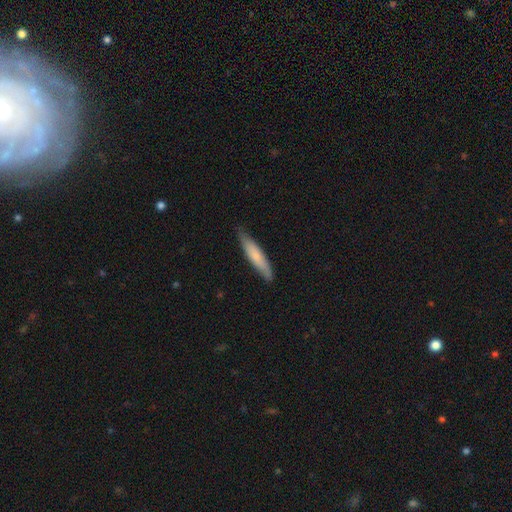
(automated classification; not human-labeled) smooth 72%, featured or disk 23%, star or artifact 5%. Down the decision tree: how rounded — cigar-shaped (85%); merging — none (81%).